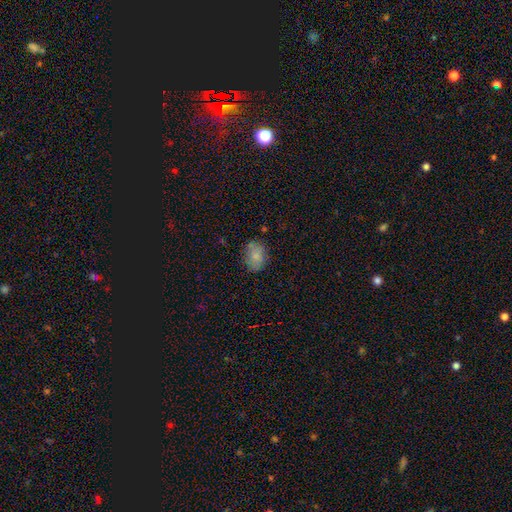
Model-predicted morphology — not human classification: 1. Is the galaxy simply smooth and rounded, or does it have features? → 80% smooth, 11% featured or disk, 9% star or artifact.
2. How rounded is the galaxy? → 53% in between, 46% round, 1% cigar-shaped.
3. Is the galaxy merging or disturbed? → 76% none, 17% minor disturbance, 5% major disturbance, 2% merger.